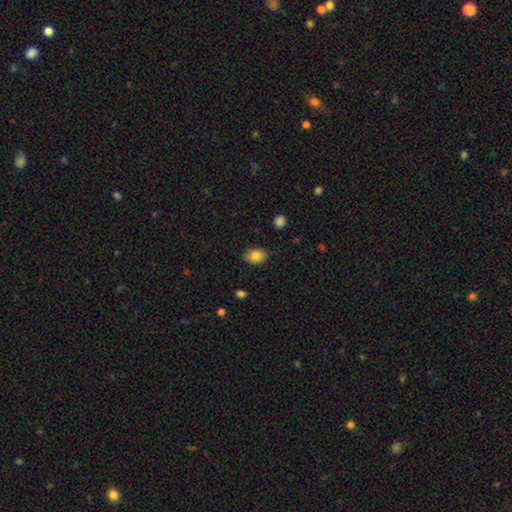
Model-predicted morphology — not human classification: smooth-or-featured: smooth: 83% | featured or disk: 9% | star or artifact: 8%
  how-rounded: in between: 79% | round: 20% | cigar-shaped: 1%
  merging: none: 85% | minor disturbance: 12% | major disturbance: 2% | merger: 1%